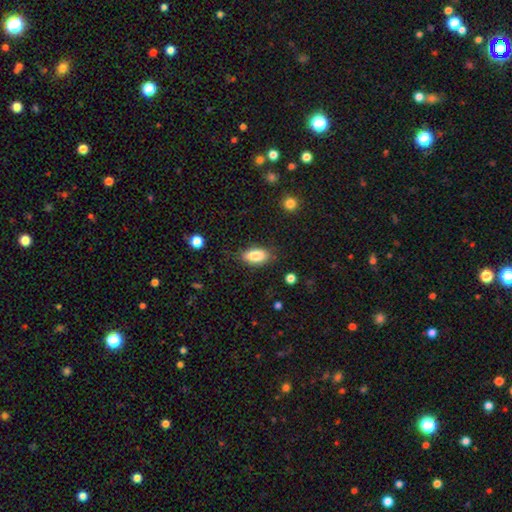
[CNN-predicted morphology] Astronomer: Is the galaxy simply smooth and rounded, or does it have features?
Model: smooth — 85%.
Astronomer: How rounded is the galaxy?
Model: in between — 90%.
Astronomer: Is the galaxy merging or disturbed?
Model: none — 79%.